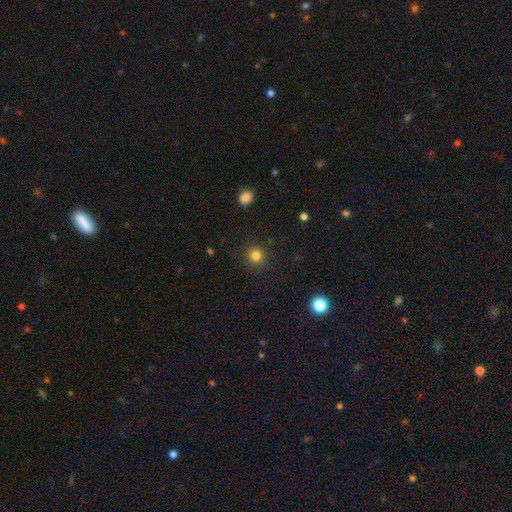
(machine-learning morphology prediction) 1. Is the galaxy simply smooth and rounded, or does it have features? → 82% smooth, 13% star or artifact, 5% featured or disk.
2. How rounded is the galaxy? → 93% round, 6% in between, 1% cigar-shaped.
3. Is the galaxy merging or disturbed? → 90% none, 7% minor disturbance, 3% major disturbance, 1% merger.